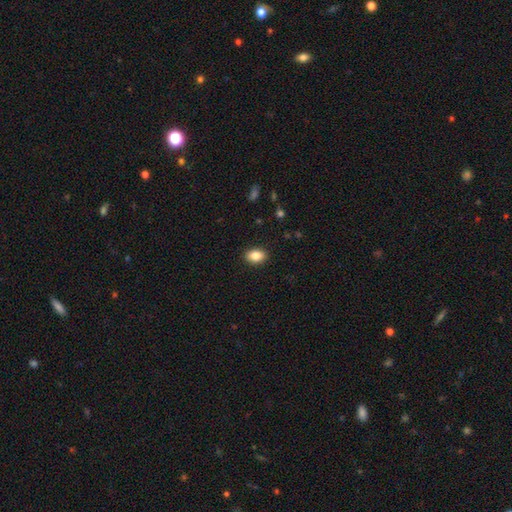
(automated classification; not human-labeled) Smooth or featured: smooth — 86% (star or artifact — 8%)
How rounded: in between — 80% (round — 19%)
Merging: none — 90% (minor disturbance — 7%)